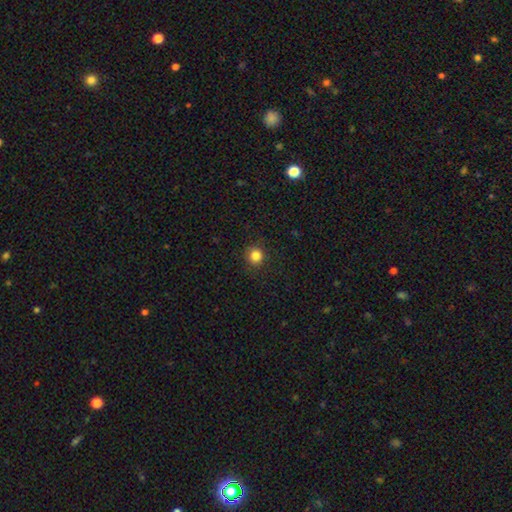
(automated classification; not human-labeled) A smooth galaxy with no disk features (83%) that is round (94%).

Vote fractions:
- Smooth or featured? smooth: 83% / star or artifact: 12% / featured or disk: 4%
- How rounded? round: 94% / in between: 6% / cigar-shaped: 1%
- Merging? none: 91% / minor disturbance: 6% / major disturbance: 2% / merger: 1%